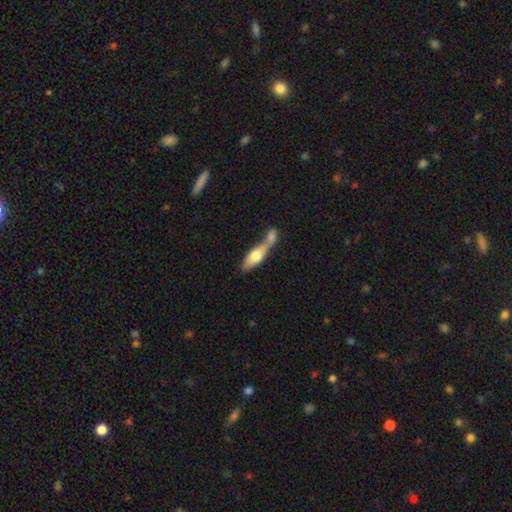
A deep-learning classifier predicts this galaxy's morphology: This appears to be a smooth galaxy with no disk features (65%) that is in between round and cigar-shaped (62%). Merging: merger (65%).